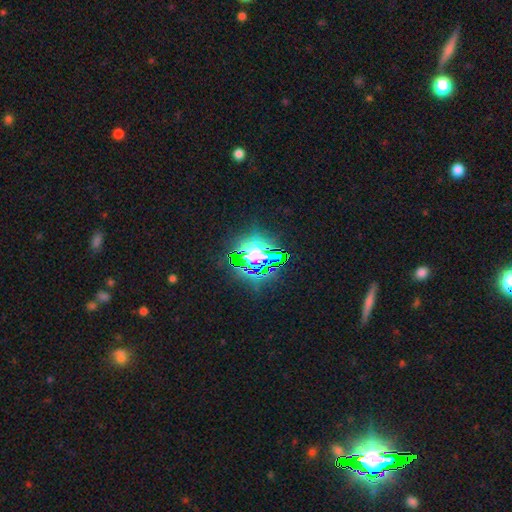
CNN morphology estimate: star or artifact 73%, smooth 15%, featured or disk 12%.